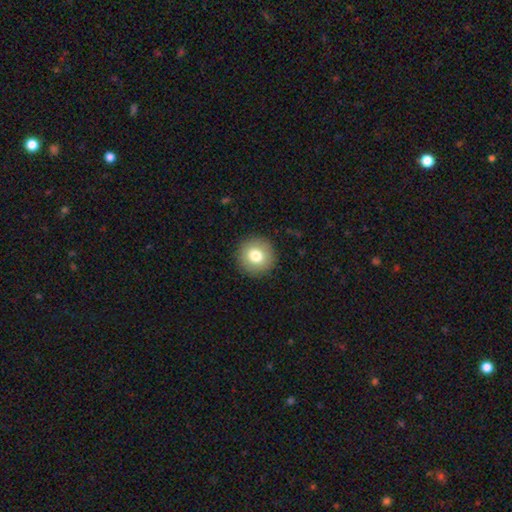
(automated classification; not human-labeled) Morphology: type=smooth (78%); roundness=round (94%); merging=none (91%).